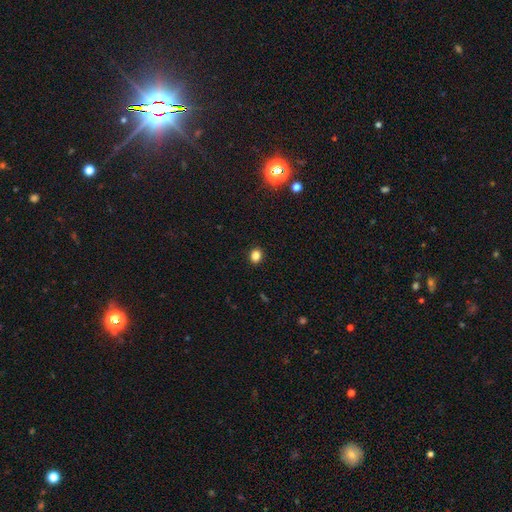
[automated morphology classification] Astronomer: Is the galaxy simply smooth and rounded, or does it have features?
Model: smooth — 84%.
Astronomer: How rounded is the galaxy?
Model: round — 58% (runner-up: in between, 41%).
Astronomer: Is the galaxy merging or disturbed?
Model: none — 91%.